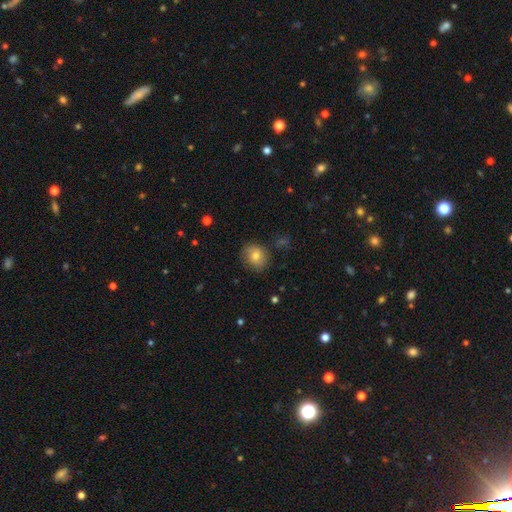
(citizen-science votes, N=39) This appears to be a smooth galaxy with no disk features (79%) that is round (81%). Merging: none (76%).